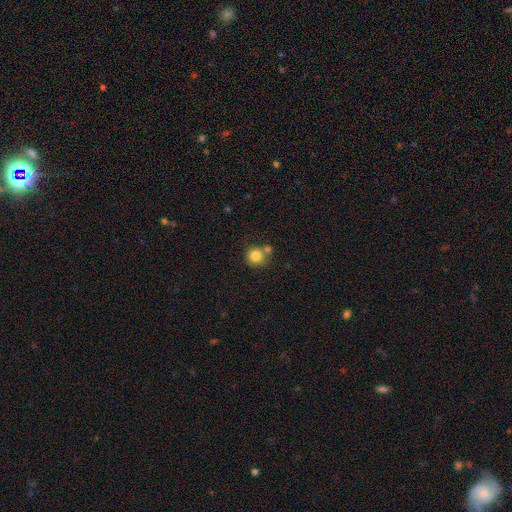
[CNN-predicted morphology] smooth_or_featured: smooth (p=0.82) [alt: star or artifact p=0.11]
how_rounded: round (p=0.93) [alt: in between p=0.07]
merging: none (p=0.65) [alt: merger p=0.23]